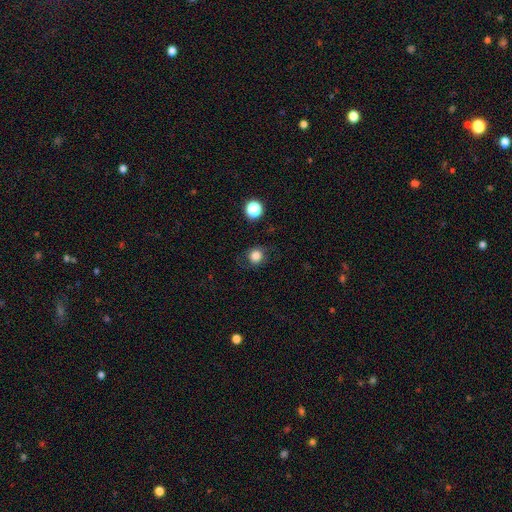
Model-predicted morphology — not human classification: This appears to be a smooth galaxy with no disk features (82%) that is round (88%). Merging: none (79%).